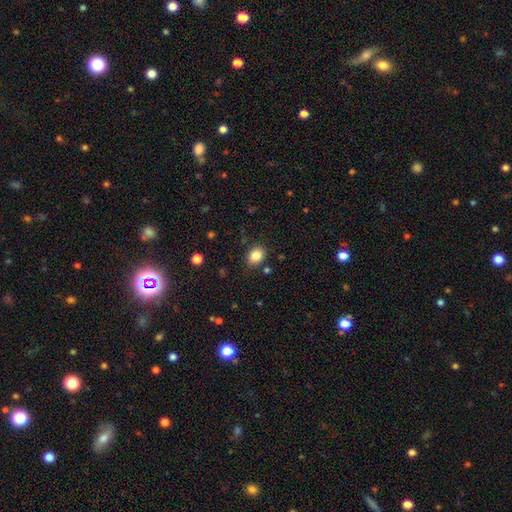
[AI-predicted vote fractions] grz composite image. It shows a smooth galaxy with no disk features (85%) that is in between round and cigar-shaped (60%). Merging: none (86%).